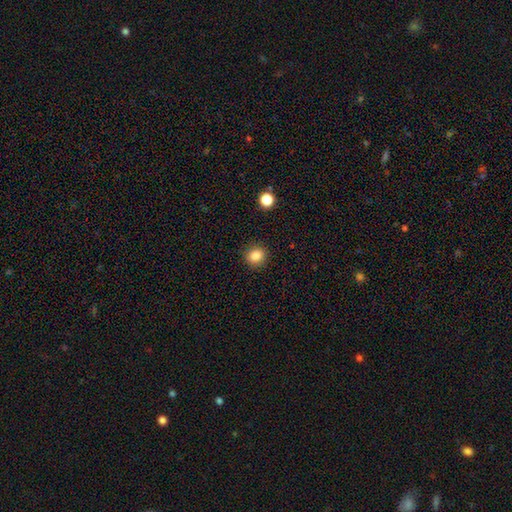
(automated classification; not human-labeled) smooth-or-featured: smooth: 84% | star or artifact: 11% | featured or disk: 5%
  how-rounded: round: 84% | in between: 15% | cigar-shaped: 1%
  merging: none: 91% | minor disturbance: 6% | major disturbance: 2% | merger: 1%